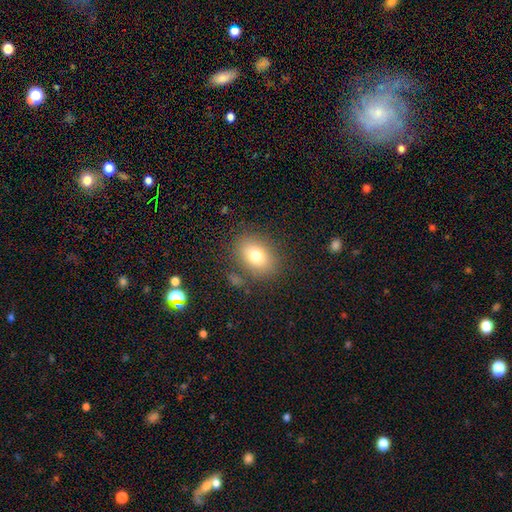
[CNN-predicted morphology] Smooth or featured? Predicted: smooth (p=0.79). How rounded? Predicted: in between (p=0.72). Merging? Predicted: none (p=0.80).